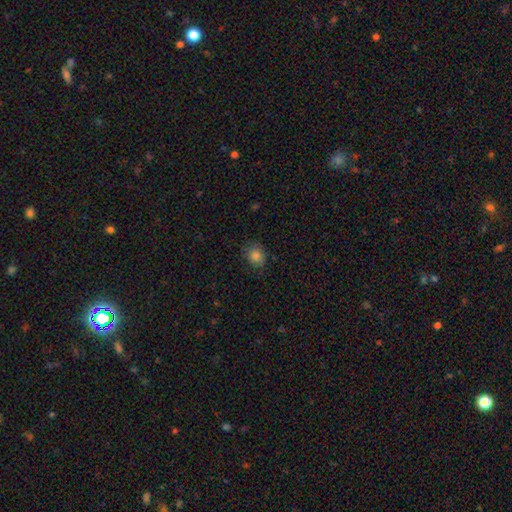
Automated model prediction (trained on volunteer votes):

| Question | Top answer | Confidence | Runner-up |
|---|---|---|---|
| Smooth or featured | smooth | 83% | star or artifact (11%) |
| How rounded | round | 64% | in between (35%) |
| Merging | none | 79% | minor disturbance (16%) |